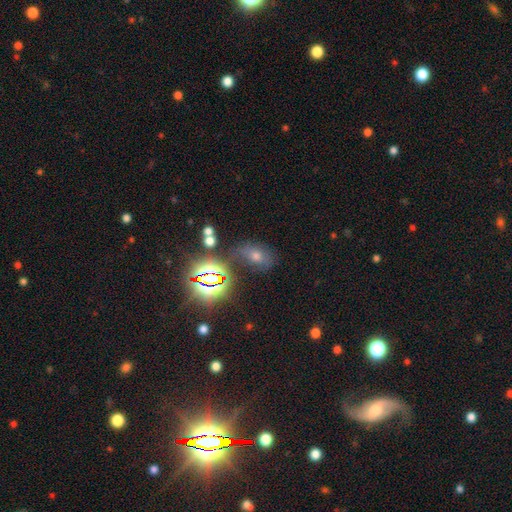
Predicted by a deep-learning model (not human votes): A star or artifact, not a galaxy (48%).

Vote fractions:
- Smooth or featured? star or artifact: 48% / smooth: 34% / featured or disk: 18%